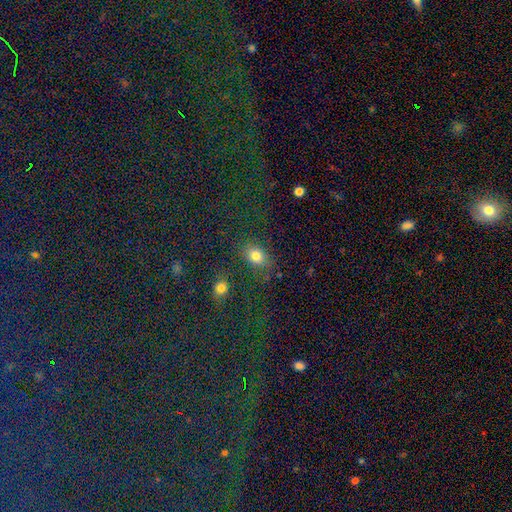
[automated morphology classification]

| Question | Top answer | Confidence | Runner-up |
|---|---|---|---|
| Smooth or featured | smooth | 79% | star or artifact (13%) |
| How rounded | in between | 67% | round (31%) |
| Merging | none | 75% | minor disturbance (14%) |